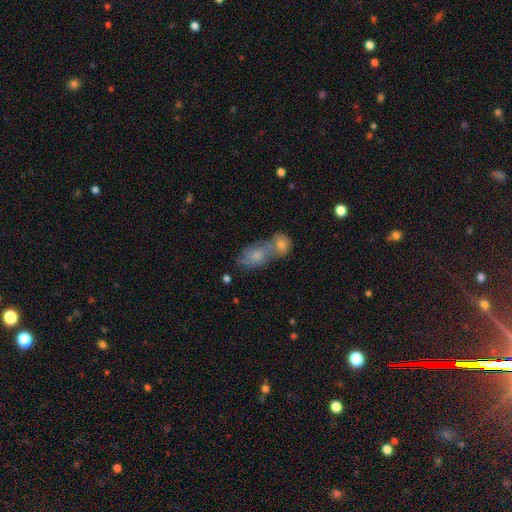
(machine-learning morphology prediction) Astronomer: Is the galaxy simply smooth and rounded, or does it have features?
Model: smooth — 67%.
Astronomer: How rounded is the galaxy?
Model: in between — 85%.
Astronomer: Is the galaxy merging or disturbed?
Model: merger — 64%.